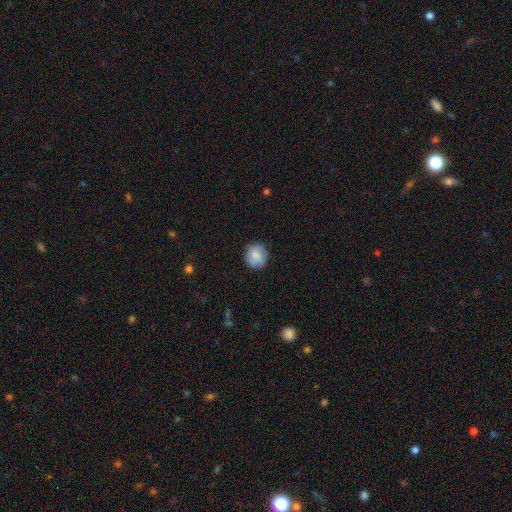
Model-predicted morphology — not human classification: A smooth galaxy with no disk features (77%) that is round (87%). Merging: none (84%).